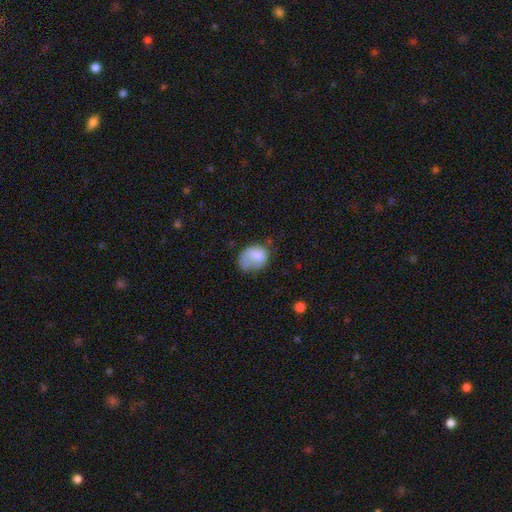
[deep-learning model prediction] Q: Smooth or featured?
A: smooth (76%); runner-up: featured or disk (15%)
Q: How rounded?
A: in between (59%); runner-up: round (40%)
Q: Merging?
A: none (37%); runner-up: minor disturbance (33%)